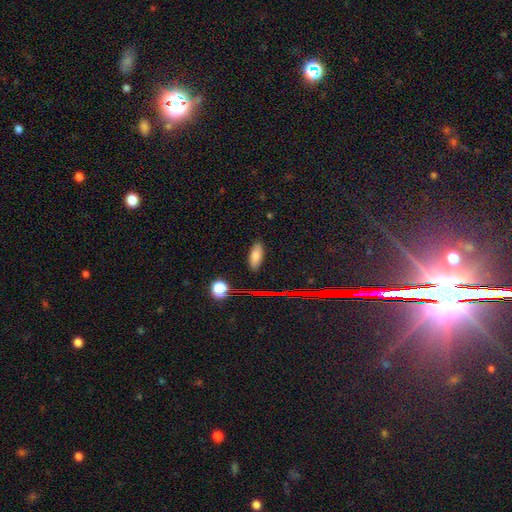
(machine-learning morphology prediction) The model was most divided on "how rounded": in between: 75%, cigar-shaped: 22%, round: 3%. More confident: merging — none (87%); smooth or featured — smooth (78%).